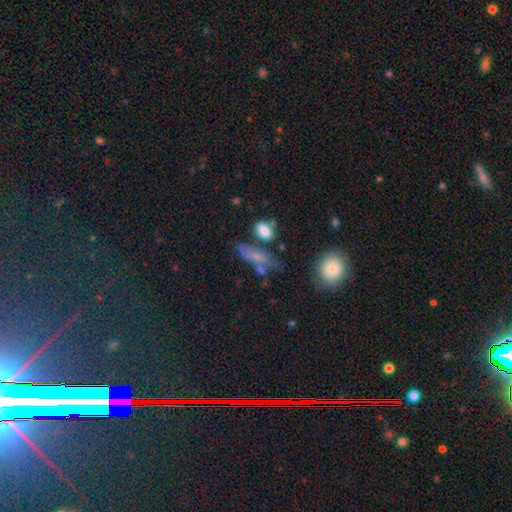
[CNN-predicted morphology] Overall: smooth (59%; featured or disk 26%). How rounded: cigar-shaped (45%, tied with in between). Merging: none (54%; minor disturbance 20%).